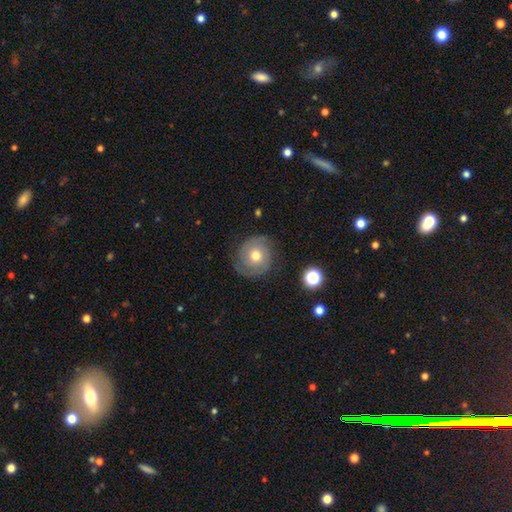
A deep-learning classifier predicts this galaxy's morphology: The model was most divided on "smooth or featured": featured or disk: 48%, smooth: 42%, star or artifact: 9%. More confident: merging — none (75%).